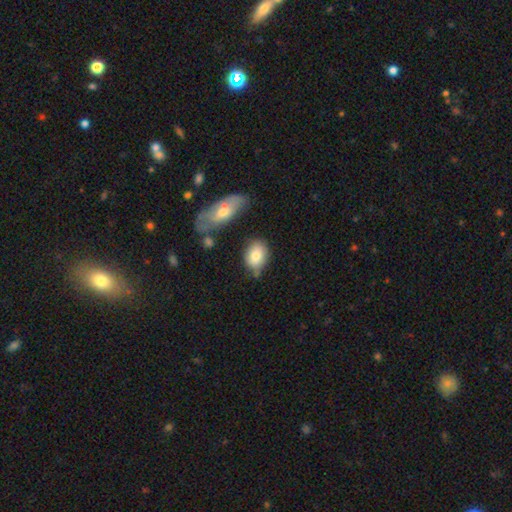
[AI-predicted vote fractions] Overall: smooth (81%). How rounded: in between (77%). Merging: none (56%; minor disturbance 26%).